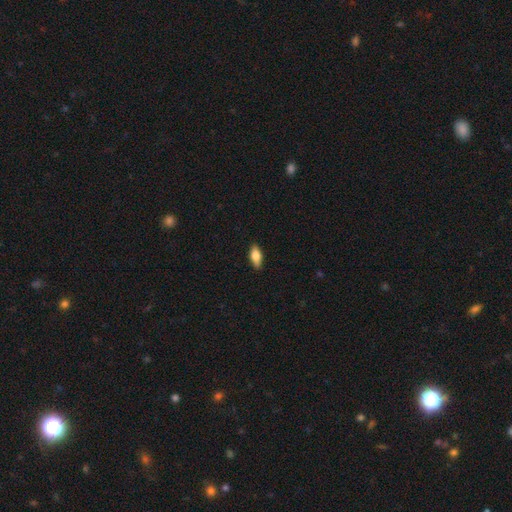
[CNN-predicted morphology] Smooth or featured?
  - smooth: 77% *
  - featured or disk: 17%
  - star or artifact: 6%
How rounded?
  - in between: 81% *
  - cigar-shaped: 16%
  - round: 3%
Merging?
  - none: 87% *
  - minor disturbance: 10%
  - major disturbance: 2%
  - merger: 1%